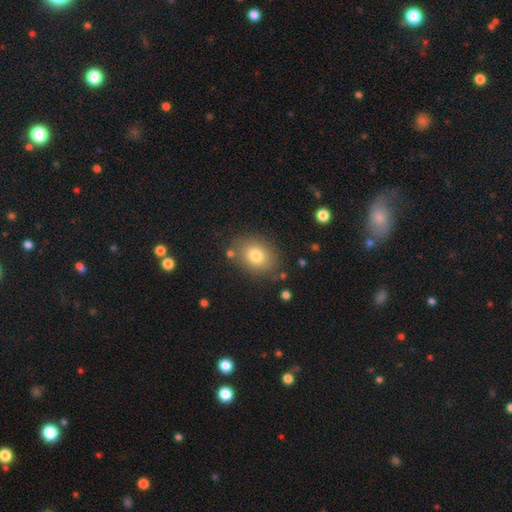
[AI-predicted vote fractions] Q: Smooth or featured?
A: smooth (79%); runner-up: featured or disk (11%)
Q: How rounded?
A: in between (56%); runner-up: round (43%)
Q: Merging?
A: none (80%); runner-up: minor disturbance (12%)